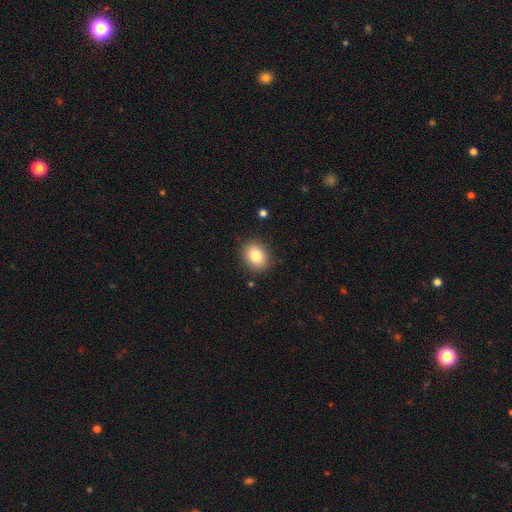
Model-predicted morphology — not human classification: Smooth or featured?
  - smooth: 82% *
  - star or artifact: 10%
  - featured or disk: 9%
How rounded?
  - round: 54% *
  - in between: 45%
  - cigar-shaped: 1%
Merging?
  - none: 88% *
  - minor disturbance: 8%
  - major disturbance: 2%
  - merger: 1%